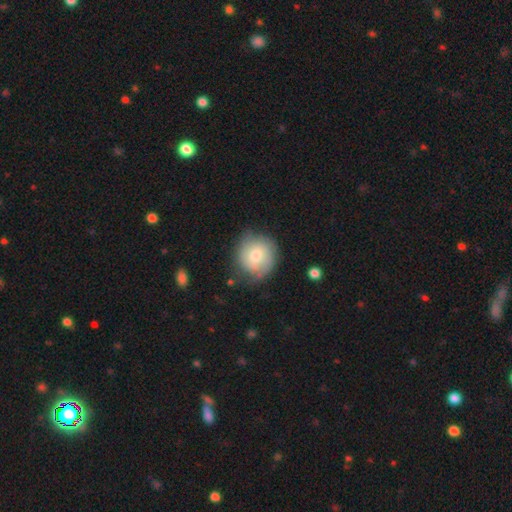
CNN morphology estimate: This is likely a smooth galaxy (64%). How rounded: clearly round (87%). Merging: likely none (69%).